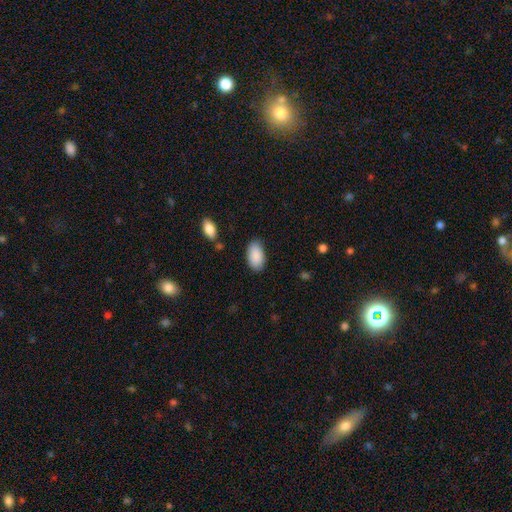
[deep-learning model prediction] Q: Smooth or featured?
A: smooth (90%); runner-up: star or artifact (6%)
Q: How rounded?
A: in between (95%); runner-up: round (3%)
Q: Merging?
A: none (85%); runner-up: minor disturbance (11%)